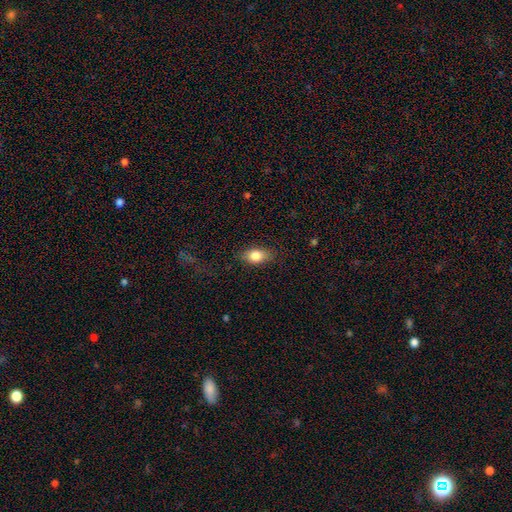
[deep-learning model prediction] A smooth galaxy with no disk features (82%) that is in between round and cigar-shaped (85%). Merging: none (83%).